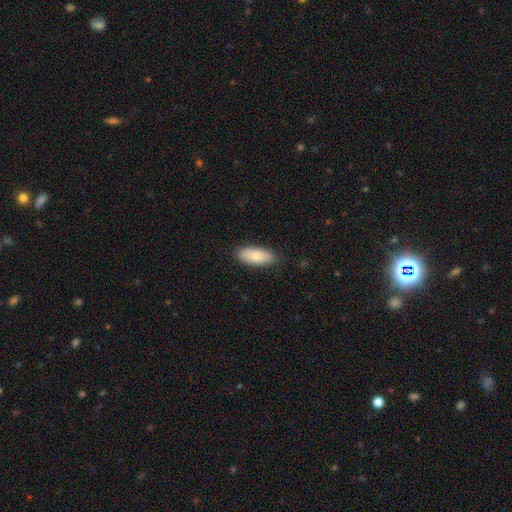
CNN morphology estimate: Smooth or featured? Predicted: smooth (p=0.81). How rounded? Predicted: in between (p=0.83). Merging? Predicted: none (p=0.86).